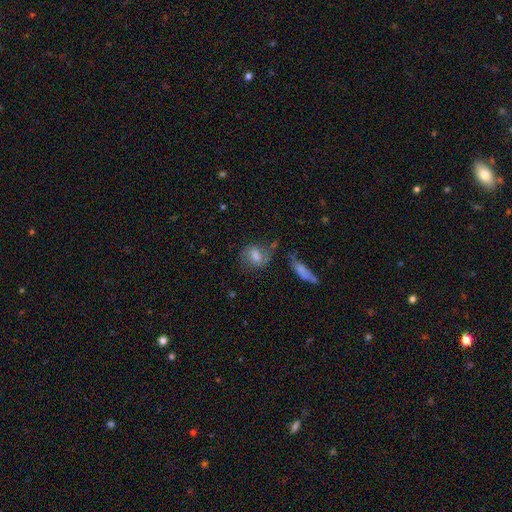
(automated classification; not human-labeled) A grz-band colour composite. It shows a smooth galaxy with no disk features (53%) that is round (51%). Merging: none (57%).